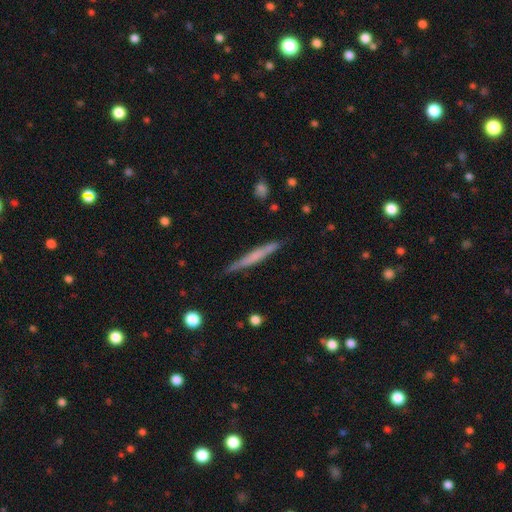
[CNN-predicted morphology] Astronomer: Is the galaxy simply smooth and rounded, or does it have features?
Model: smooth — 47%, tied with featured or disk at 47%.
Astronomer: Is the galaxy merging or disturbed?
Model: none — 85%.